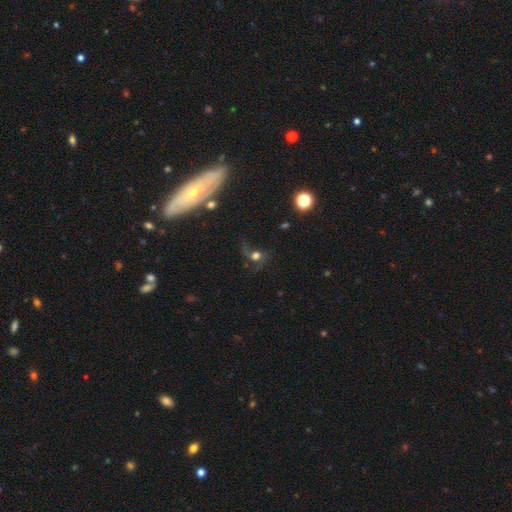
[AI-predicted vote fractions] smooth_or_featured: featured or disk (p=0.47) [alt: smooth p=0.35]
merging: none (p=0.43) [alt: major disturbance p=0.34]